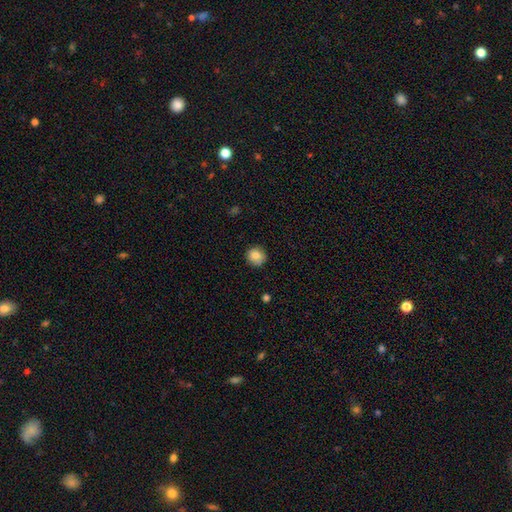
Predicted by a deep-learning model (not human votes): Smooth or featured?
  - smooth: 84% *
  - star or artifact: 9%
  - featured or disk: 7%
How rounded?
  - round: 91% *
  - in between: 8%
  - cigar-shaped: 1%
Merging?
  - none: 86% *
  - minor disturbance: 11%
  - major disturbance: 2%
  - merger: 1%